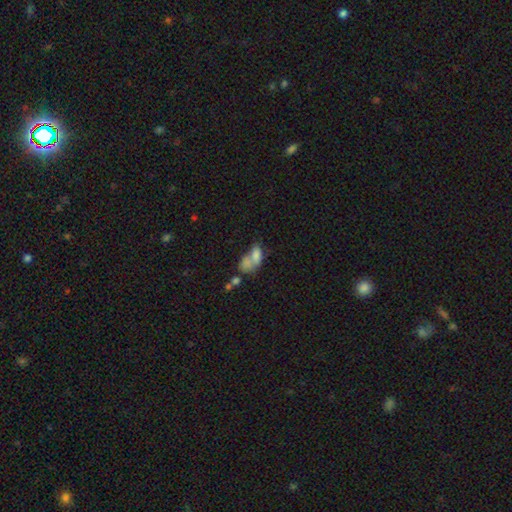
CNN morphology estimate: type=smooth (70%); roundness=in between (85%); merging=merger (60%).